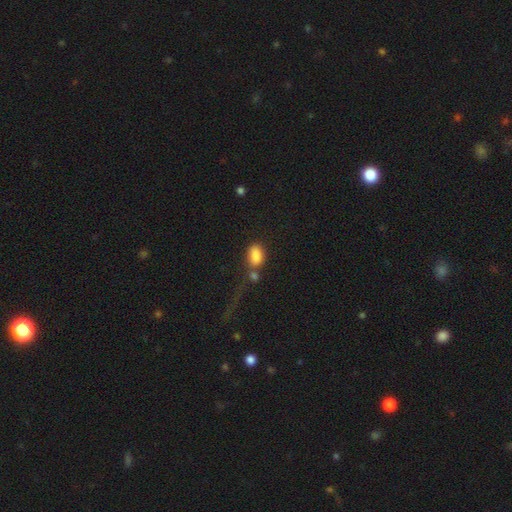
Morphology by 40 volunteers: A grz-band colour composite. It shows a smooth galaxy with no disk features (95%) that is in between round and cigar-shaped (79%). Merging: none (34%).